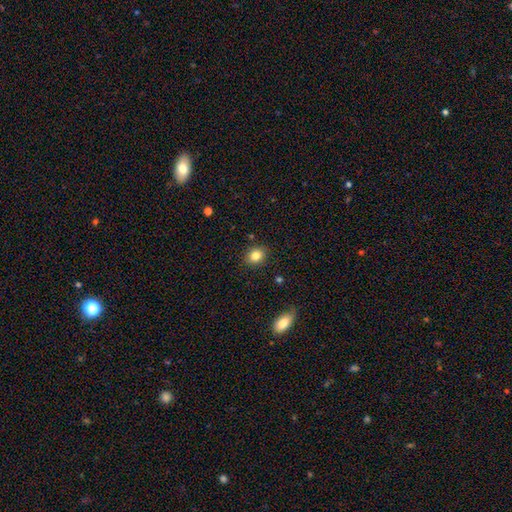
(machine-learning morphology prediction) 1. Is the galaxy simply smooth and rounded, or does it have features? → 83% smooth, 10% star or artifact, 7% featured or disk.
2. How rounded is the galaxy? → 60% round, 39% in between, 1% cigar-shaped.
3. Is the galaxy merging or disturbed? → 88% none, 9% minor disturbance, 2% major disturbance, 2% merger.